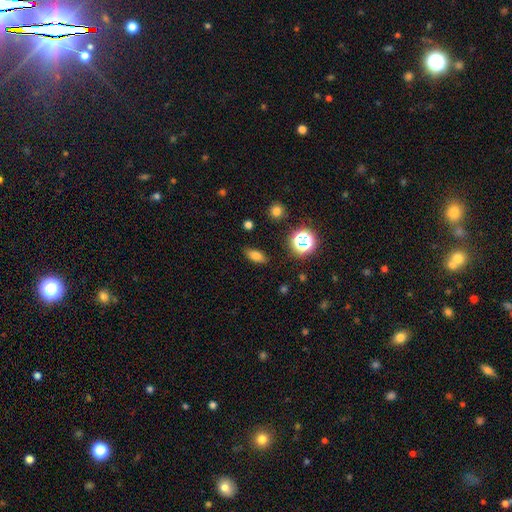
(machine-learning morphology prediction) The model was most divided on "smooth or featured": smooth: 75%, star or artifact: 16%, featured or disk: 9%. More confident: merging — none (85%); how rounded — in between (78%).